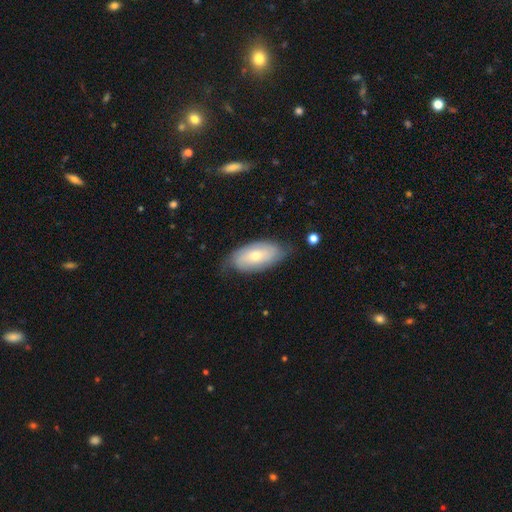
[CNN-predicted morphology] Smooth or featured? smooth (56%)
How rounded? in between (92%)
Merging? none (67%)